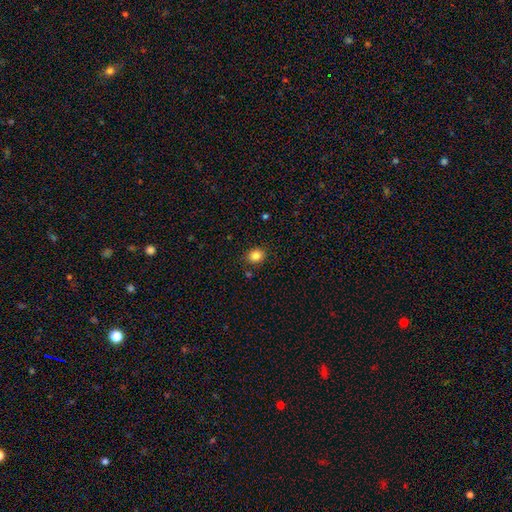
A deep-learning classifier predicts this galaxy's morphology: type=smooth (84%); roundness=round (66%); merging=none (86%).